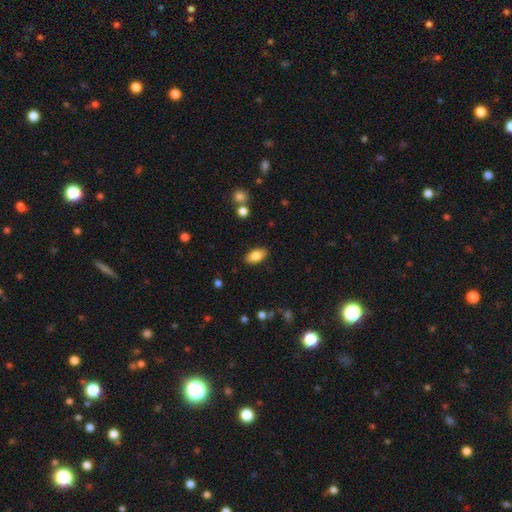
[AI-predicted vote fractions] The model was most divided on "smooth or featured": smooth: 82%, featured or disk: 10%, star or artifact: 7%. More confident: how rounded — in between (91%); merging — none (87%).